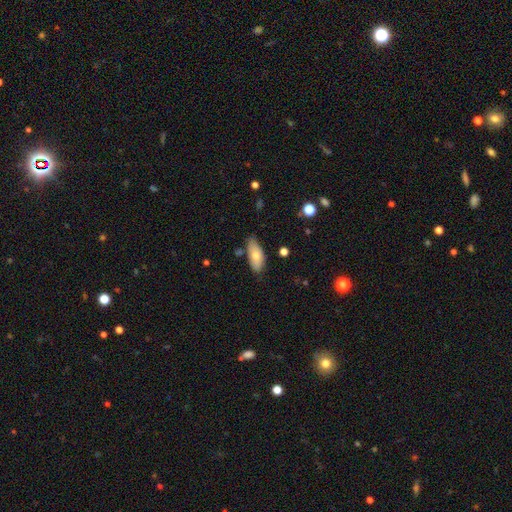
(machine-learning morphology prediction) smooth 73%, featured or disk 21%, star or artifact 7%. Down the decision tree: how rounded — in between (85%); merging — none (74%).